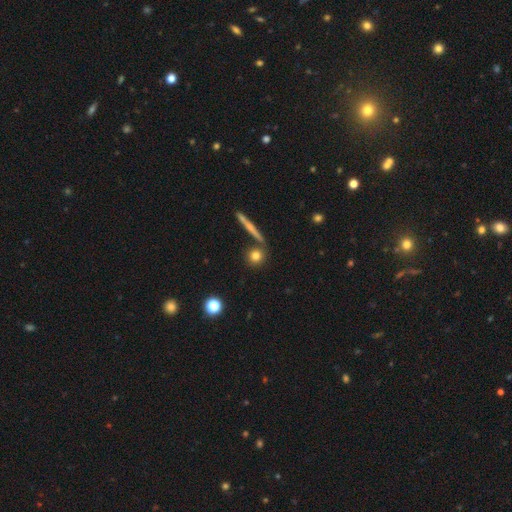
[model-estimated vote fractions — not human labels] This appears to be a smooth galaxy with no disk features (77%) that is round (86%). Merging: none (79%).